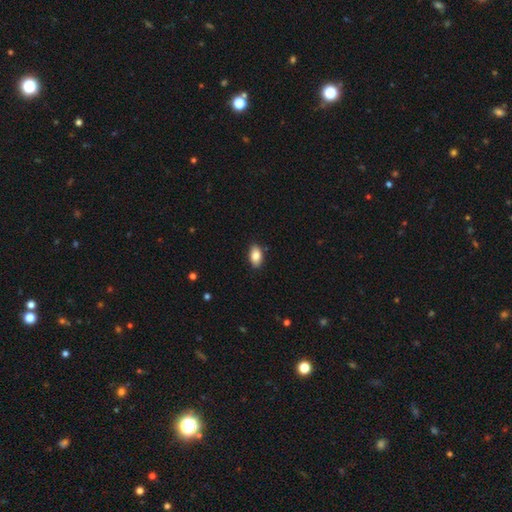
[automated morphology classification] smooth 85%, featured or disk 8%, star or artifact 7%. Down the decision tree: how rounded — in between (92%); merging — none (87%).